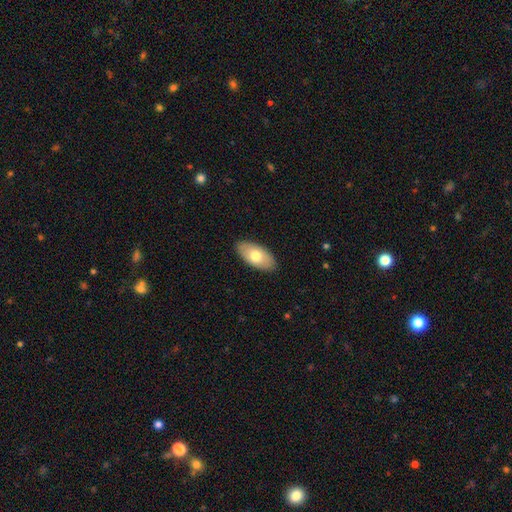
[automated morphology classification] A smooth galaxy with no disk features (70%) that is in between round and cigar-shaped (93%). Merging: none (88%).